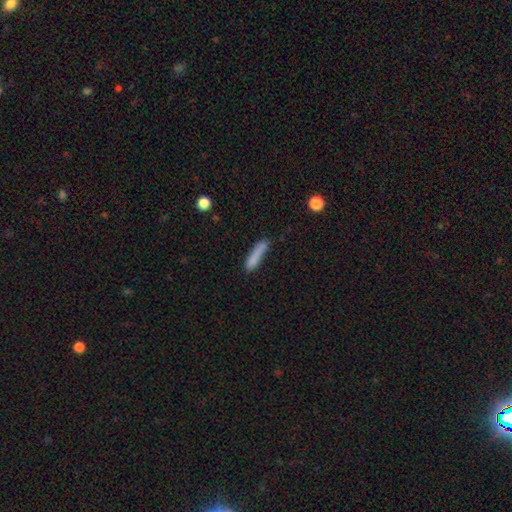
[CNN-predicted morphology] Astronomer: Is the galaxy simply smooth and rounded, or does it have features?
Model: smooth — 82%.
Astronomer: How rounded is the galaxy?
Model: cigar-shaped — 87%.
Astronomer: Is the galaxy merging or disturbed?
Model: none — 70%.